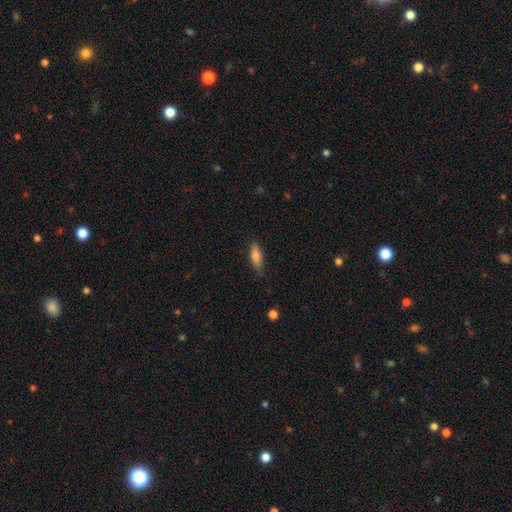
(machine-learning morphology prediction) The model was most divided on "how rounded": in between: 57%, cigar-shaped: 41%, round: 2%. More confident: smooth or featured — smooth (80%); merging — none (79%).